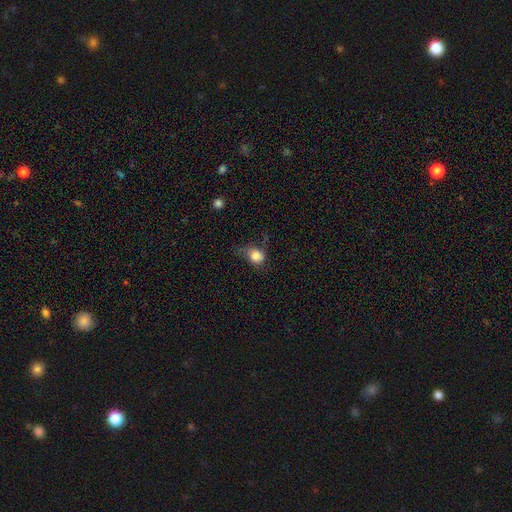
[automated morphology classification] Smooth or featured? smooth (82%)
How rounded? round (66%)
Merging? none (42%)